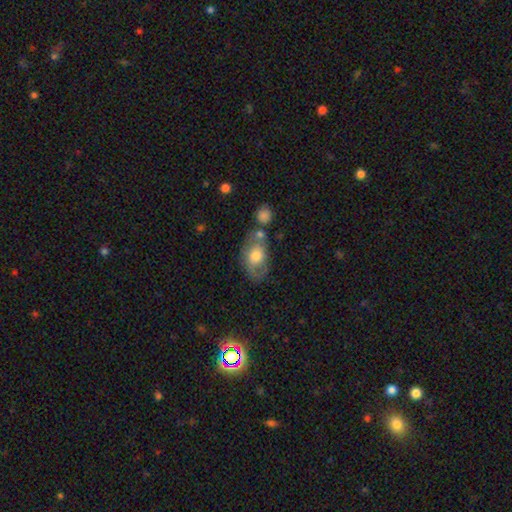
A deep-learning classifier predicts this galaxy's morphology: type=smooth (60%); roundness=in between (85%); merging=none (51%).